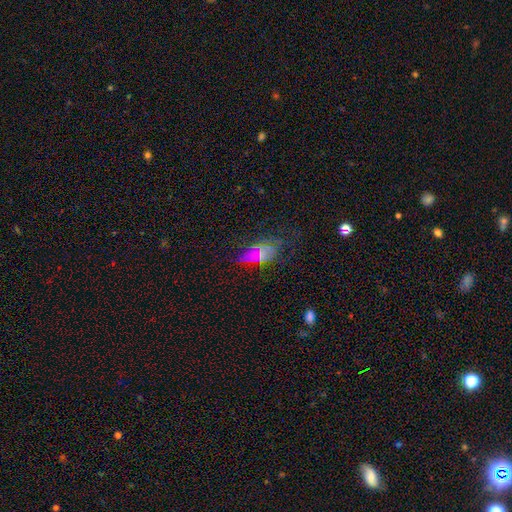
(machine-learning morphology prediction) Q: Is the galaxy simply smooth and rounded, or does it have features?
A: smooth — 51%.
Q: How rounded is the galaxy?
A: in between — 80%.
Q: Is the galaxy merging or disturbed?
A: none — 64%.